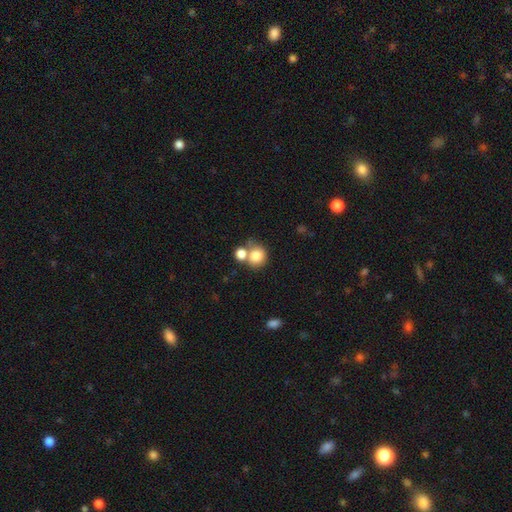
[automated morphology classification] Smooth or featured?
  - smooth: 81% *
  - star or artifact: 10%
  - featured or disk: 9%
How rounded?
  - round: 82% *
  - in between: 17%
  - cigar-shaped: 1%
Merging?
  - none: 47% *
  - merger: 40%
  - minor disturbance: 9%
  - major disturbance: 4%